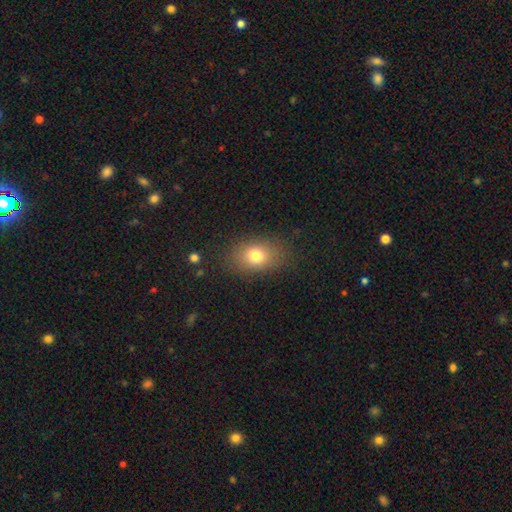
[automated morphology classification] type=smooth (77%); roundness=in between (69%); merging=none (83%).